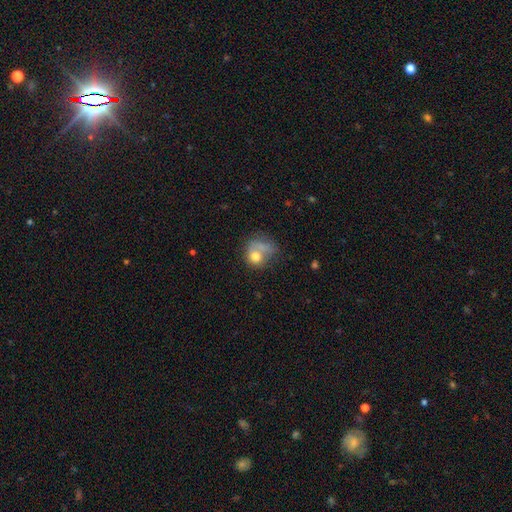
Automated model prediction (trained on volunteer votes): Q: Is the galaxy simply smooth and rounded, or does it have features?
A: smooth — 69%.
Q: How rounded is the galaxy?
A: round — 56%.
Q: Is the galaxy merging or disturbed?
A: major disturbance — 28%.